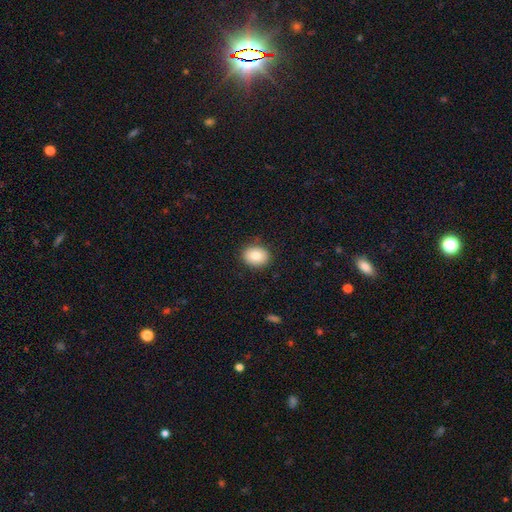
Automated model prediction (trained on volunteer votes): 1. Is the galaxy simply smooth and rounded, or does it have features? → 83% smooth, 9% featured or disk, 8% star or artifact.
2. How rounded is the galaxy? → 52% in between, 48% round, 1% cigar-shaped.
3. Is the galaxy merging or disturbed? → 88% none, 9% minor disturbance, 2% major disturbance, 1% merger.